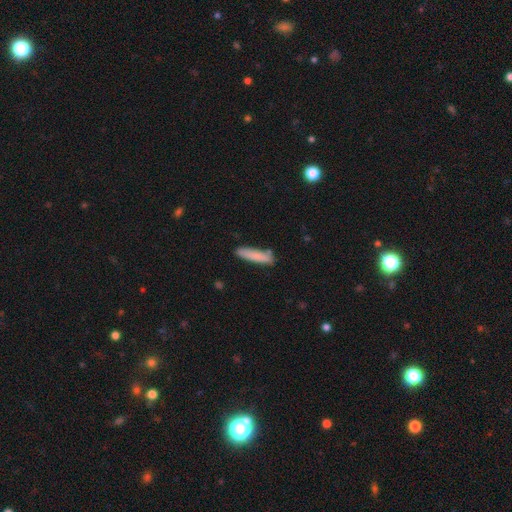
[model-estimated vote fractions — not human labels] smooth_or_featured: smooth (p=0.84) [alt: featured or disk p=0.10]
how_rounded: cigar-shaped (p=0.85) [alt: in between p=0.14]
merging: none (p=0.82) [alt: minor disturbance p=0.13]